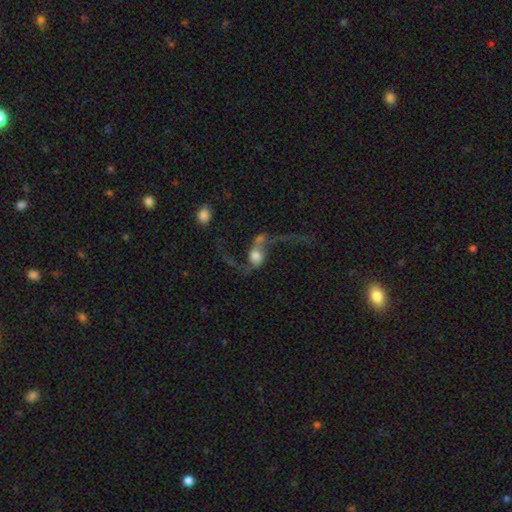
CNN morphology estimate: The model was most divided on "merging": none: 32%, major disturbance: 31%, merger: 25%, minor disturbance: 11%. Remaining: edge-on disk — no (94%); spiral winding — loose (93%); spiral arm count — 2 (89%); spiral arms — yes (87%); smooth or featured — featured or disk (73%); bar — no (63%); bulge size — moderate (39%).